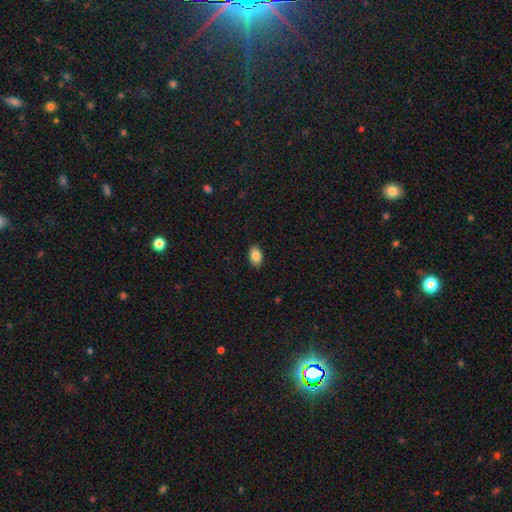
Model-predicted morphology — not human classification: A smooth galaxy with no disk features (85%) that is in between round and cigar-shaped (90%).

Vote fractions:
- Smooth or featured? smooth: 85% / star or artifact: 8% / featured or disk: 7%
- How rounded? in between: 90% / round: 9% / cigar-shaped: 1%
- Merging? none: 89% / minor disturbance: 8% / major disturbance: 2% / merger: 1%